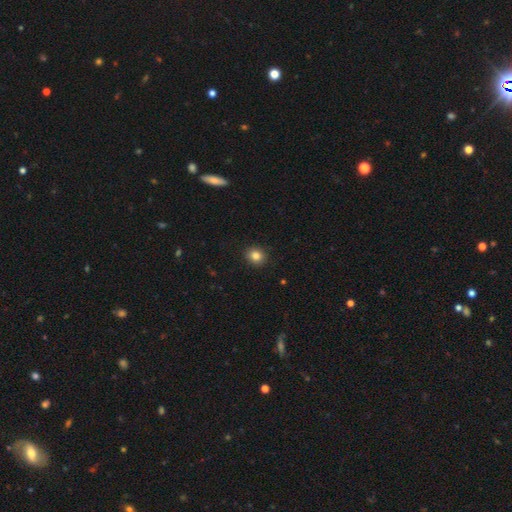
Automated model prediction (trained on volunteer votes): Smooth or featured? Predicted: smooth (p=0.83). How rounded? Predicted: round (p=0.77). Merging? Predicted: none (p=0.91).